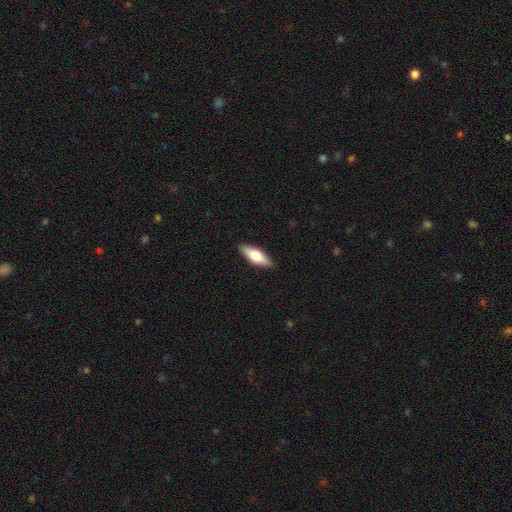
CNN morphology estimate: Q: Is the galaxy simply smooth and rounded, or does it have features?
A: smooth — 61%.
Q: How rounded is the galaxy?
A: in between — 63%.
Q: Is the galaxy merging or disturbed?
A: none — 89%.